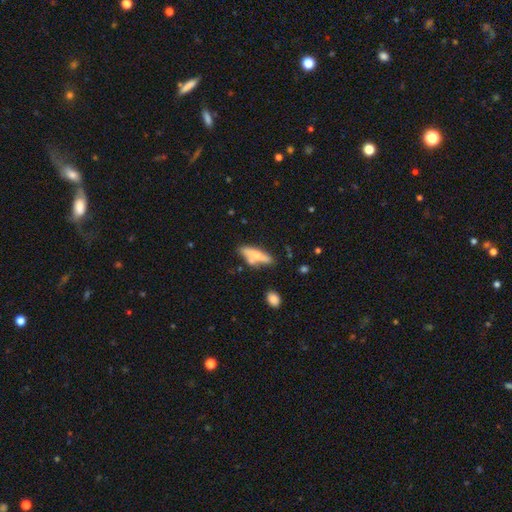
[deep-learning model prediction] Smooth or featured? Predicted: smooth (p=0.54). How rounded? Predicted: cigar-shaped (p=0.56). Merging? Predicted: none (p=0.60).